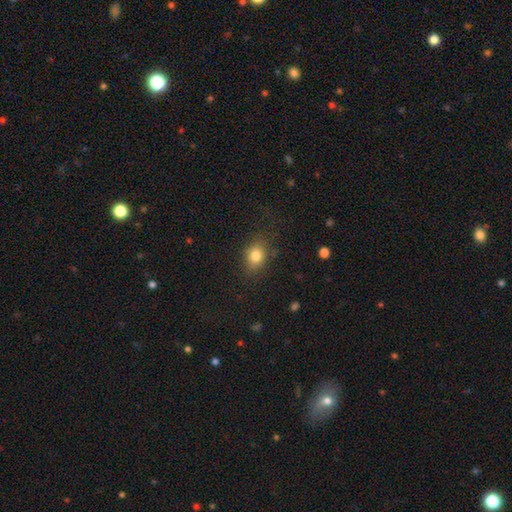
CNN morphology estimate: smooth 81%, star or artifact 11%, featured or disk 8%. Down the decision tree: how rounded — in between (53%); merging — none (77%).